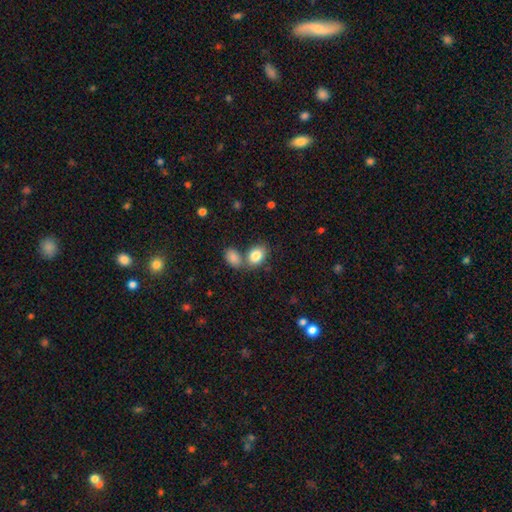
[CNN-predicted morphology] The model was most divided on "merging": none: 51%, merger: 33%, minor disturbance: 11%, major disturbance: 4%. More confident: smooth or featured — smooth (84%); how rounded — in between (77%).